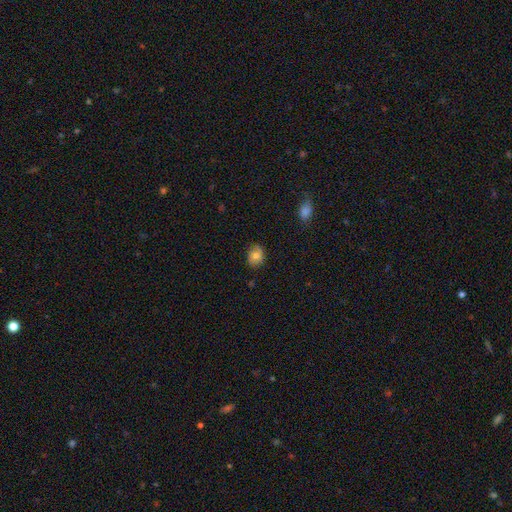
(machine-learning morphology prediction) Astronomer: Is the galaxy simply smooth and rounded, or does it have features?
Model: smooth — 78%.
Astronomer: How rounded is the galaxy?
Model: round — 58% (runner-up: in between, 41%).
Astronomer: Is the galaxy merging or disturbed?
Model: none — 79%.